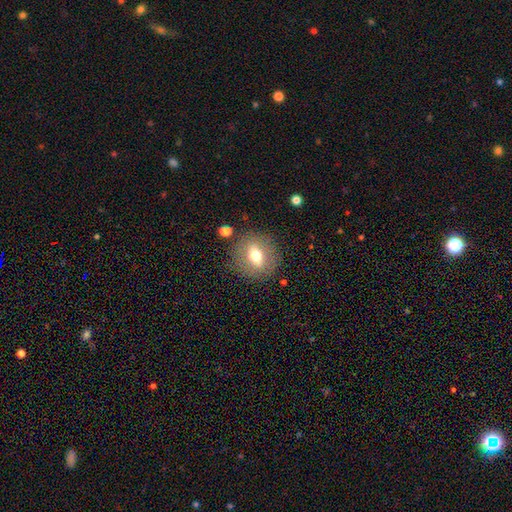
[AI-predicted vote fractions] smooth-or-featured: smooth: 53% | featured or disk: 38% | star or artifact: 10%
  how-rounded: round: 75% | in between: 23% | cigar-shaped: 3%
  merging: none: 85% | minor disturbance: 9% | major disturbance: 4% | merger: 2%